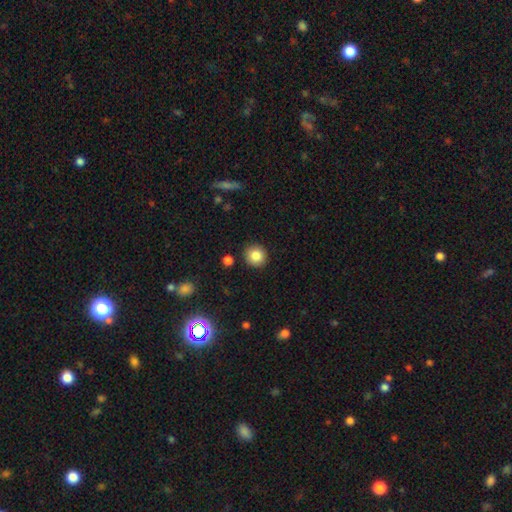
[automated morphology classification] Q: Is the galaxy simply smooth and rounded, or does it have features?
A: smooth — 84%.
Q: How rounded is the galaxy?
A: round — 93%.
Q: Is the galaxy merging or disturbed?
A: none — 90%.